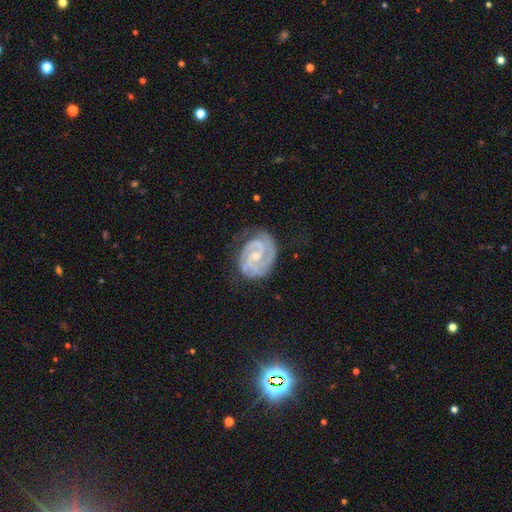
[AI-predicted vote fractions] Q: Smooth or featured?
A: featured or disk (91%); runner-up: star or artifact (5%)
Q: Edge-on disk?
A: no (98%); runner-up: yes (2%)
Q: Bar?
A: no (48%); runner-up: weak (40%)
Q: Spiral arms?
A: yes (98%); runner-up: no (2%)
Q: Spiral winding?
A: tight (71%); runner-up: medium (26%)
Q: Spiral arm count?
A: 2 (72%); runner-up: 3 (15%)
Q: Bulge size?
A: small (59%); runner-up: moderate (36%)
Q: Merging?
A: none (74%); runner-up: minor disturbance (18%)